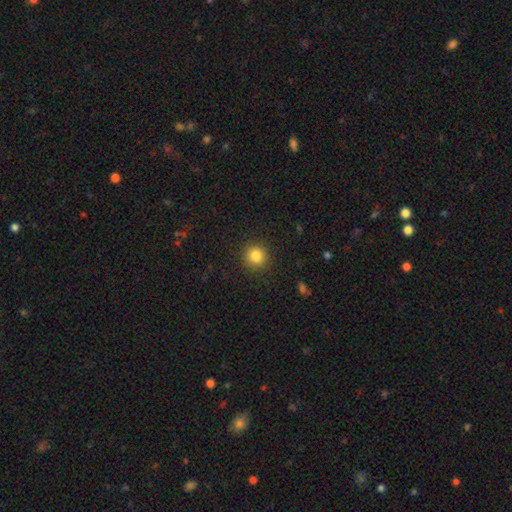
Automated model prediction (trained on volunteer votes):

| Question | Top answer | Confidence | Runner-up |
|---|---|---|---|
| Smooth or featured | smooth | 84% | star or artifact (11%) |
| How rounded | round | 94% | in between (5%) |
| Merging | none | 91% | minor disturbance (6%) |